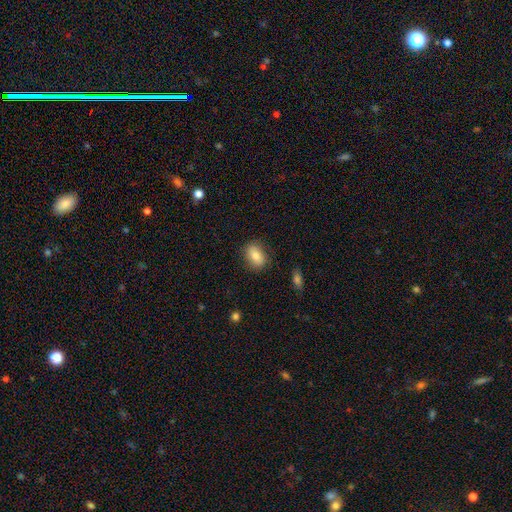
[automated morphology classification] This appears to be a smooth galaxy with no disk features (82%) that is in between round and cigar-shaped (80%). Merging: none (82%).